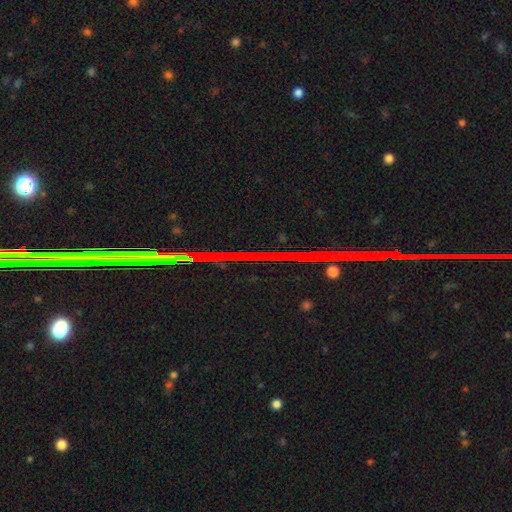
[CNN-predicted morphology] Smooth or featured: star or artifact — 84% (featured or disk — 9%)